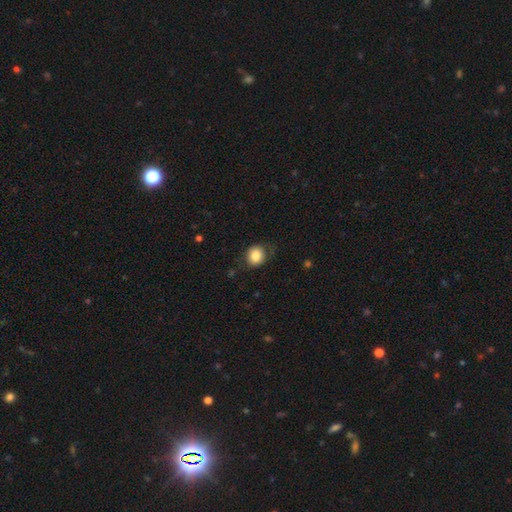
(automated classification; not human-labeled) Q: Smooth or featured?
A: smooth (85%); runner-up: star or artifact (8%)
Q: How rounded?
A: round (73%); runner-up: in between (26%)
Q: Merging?
A: none (71%); runner-up: minor disturbance (20%)